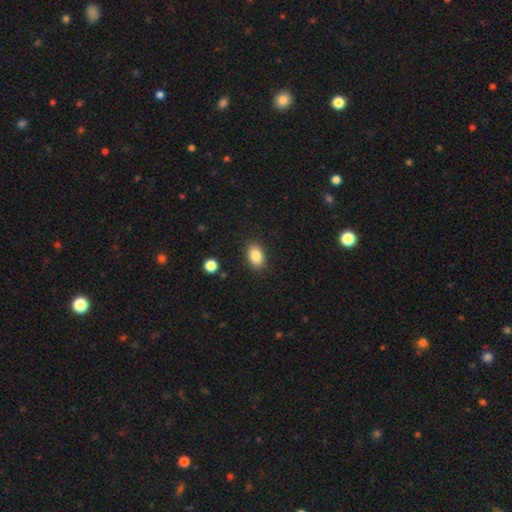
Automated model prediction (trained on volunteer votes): Smooth or featured? smooth (86%)
How rounded? in between (87%)
Merging? none (87%)